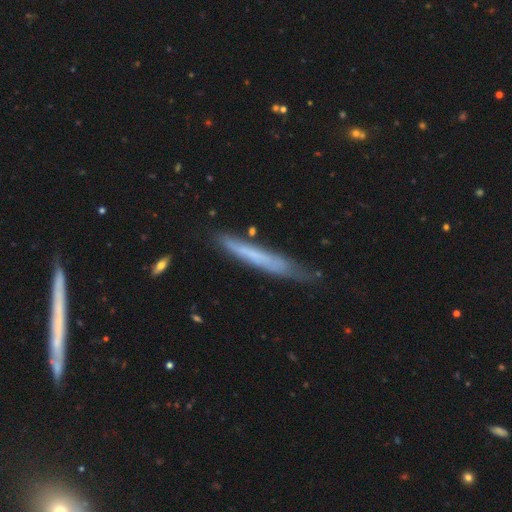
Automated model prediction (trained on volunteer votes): Smooth or featured: smooth — 54% (featured or disk — 39%)
How rounded: cigar-shaped — 95% (in between — 3%)
Merging: none — 69% (minor disturbance — 24%)